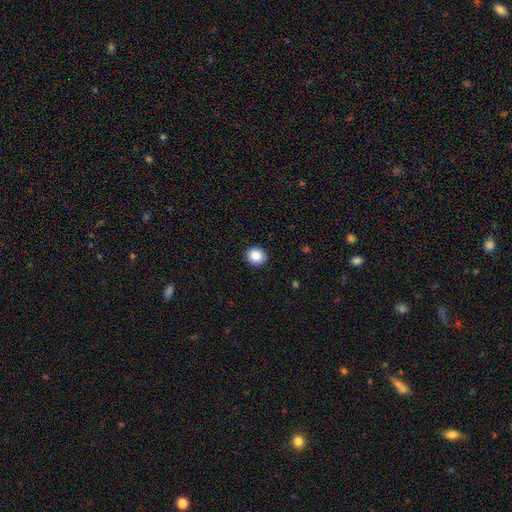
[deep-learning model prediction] smooth_or_featured: smooth (p=0.86) [alt: star or artifact p=0.09]
how_rounded: round (p=0.77) [alt: in between p=0.22]
merging: none (p=0.91) [alt: minor disturbance p=0.06]